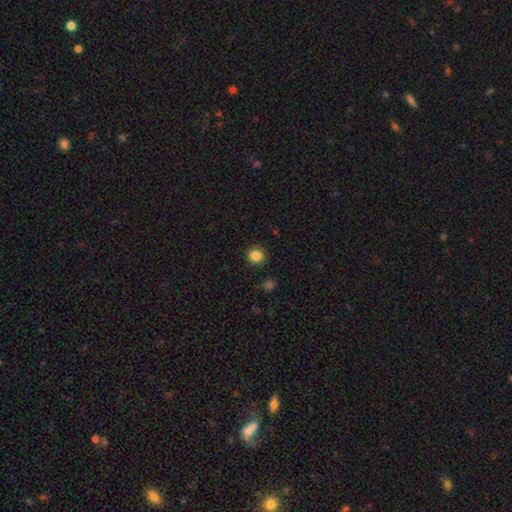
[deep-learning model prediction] smooth 85%, star or artifact 11%, featured or disk 5%. Down the decision tree: how rounded — round (91%); merging — none (91%).